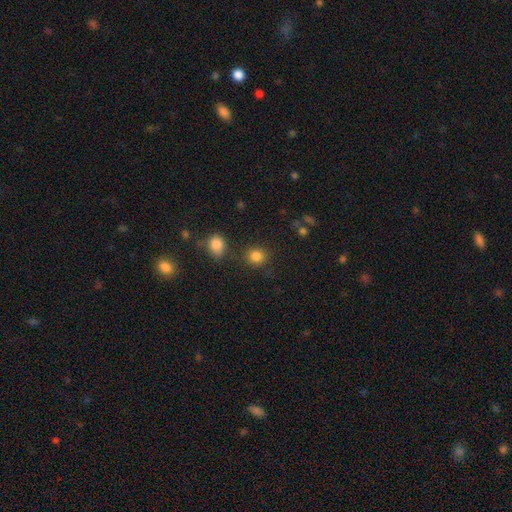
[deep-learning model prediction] Smooth or featured?
  - smooth: 83% *
  - star or artifact: 12%
  - featured or disk: 4%
How rounded?
  - round: 83% *
  - in between: 16%
  - cigar-shaped: 1%
Merging?
  - none: 80% *
  - minor disturbance: 10%
  - merger: 7%
  - major disturbance: 4%